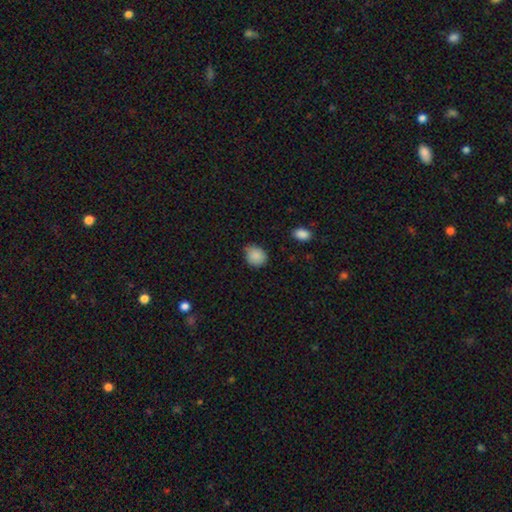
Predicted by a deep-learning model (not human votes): Smooth or featured? Predicted: smooth (p=0.88). How rounded? Predicted: round (p=0.70). Merging? Predicted: none (p=0.73).